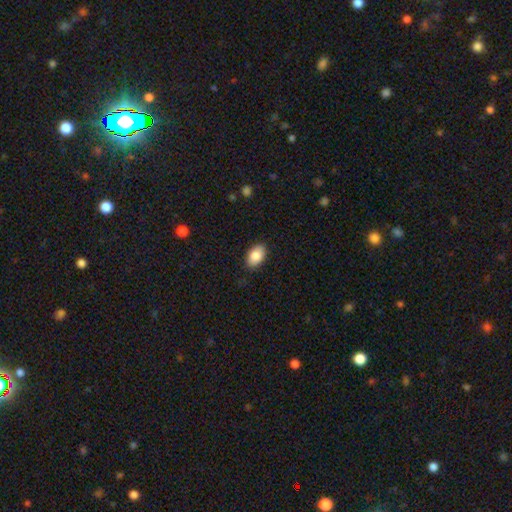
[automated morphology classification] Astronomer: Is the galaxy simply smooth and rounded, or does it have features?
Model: smooth — 86%.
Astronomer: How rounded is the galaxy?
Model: in between — 91%.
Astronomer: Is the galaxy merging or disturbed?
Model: none — 87%.